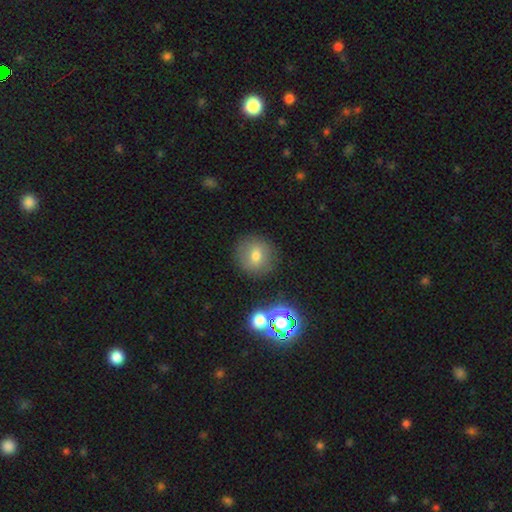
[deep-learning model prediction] This appears to be a smooth galaxy with no disk features (70%) that is round (86%). Merging: none (84%).